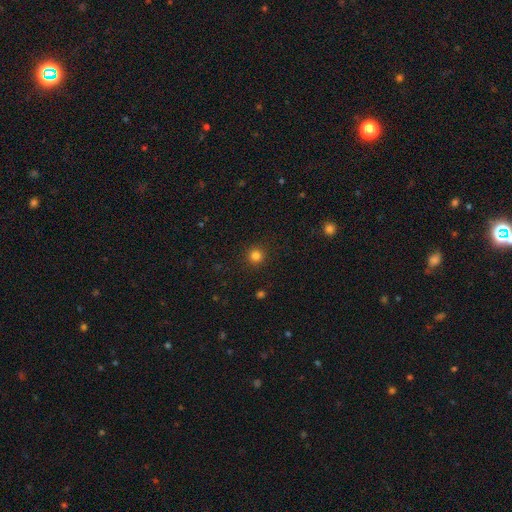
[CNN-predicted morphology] Q: Smooth or featured?
A: smooth (82%); runner-up: star or artifact (14%)
Q: How rounded?
A: round (95%); runner-up: in between (5%)
Q: Merging?
A: none (92%); runner-up: minor disturbance (5%)